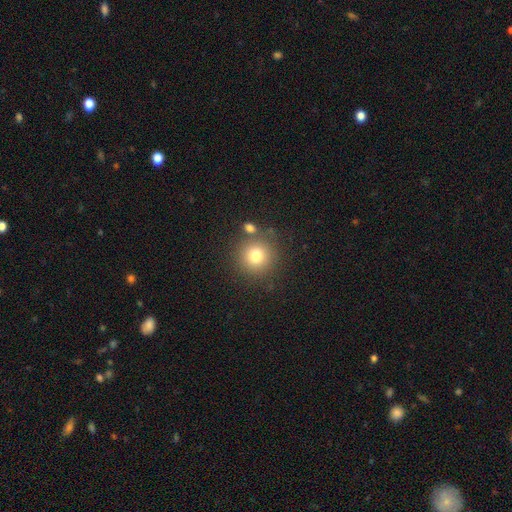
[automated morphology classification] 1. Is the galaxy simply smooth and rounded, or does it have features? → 77% smooth, 13% star or artifact, 10% featured or disk.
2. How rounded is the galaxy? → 93% round, 6% in between, 1% cigar-shaped.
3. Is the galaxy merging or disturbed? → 79% none, 9% minor disturbance, 9% merger, 4% major disturbance.